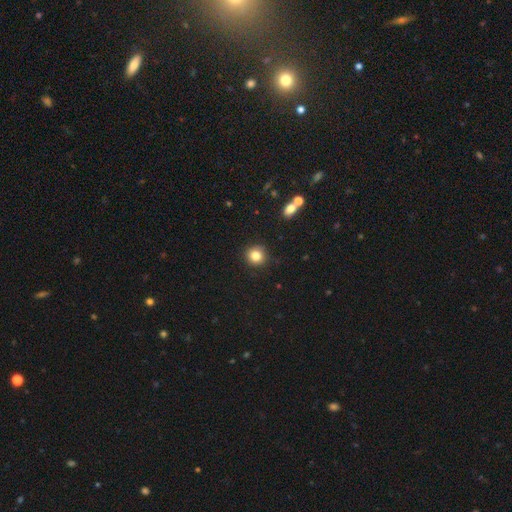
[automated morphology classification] A smooth galaxy with no disk features (83%) that is round (89%). Merging: none (89%).